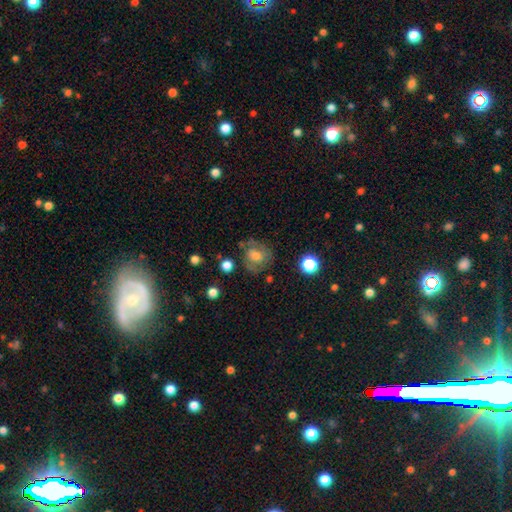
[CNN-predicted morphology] Q: Smooth or featured?
A: smooth (51%); runner-up: featured or disk (38%)
Q: How rounded?
A: round (69%); runner-up: in between (29%)
Q: Merging?
A: none (64%); runner-up: minor disturbance (21%)